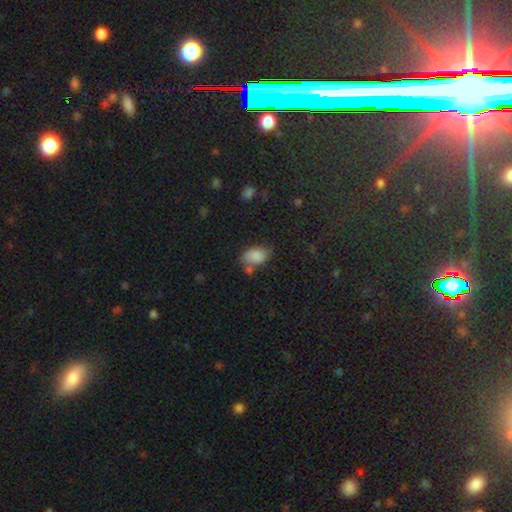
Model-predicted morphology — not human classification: Overall: smooth (83%). How rounded: in between (88%). Merging: none (54%; minor disturbance 22%).